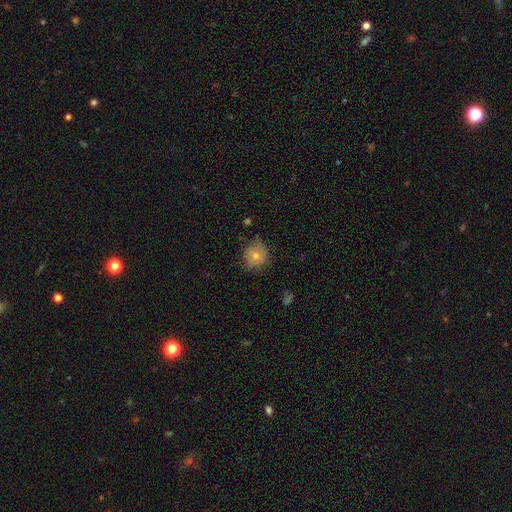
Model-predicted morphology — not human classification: The model was most divided on "merging": none: 68%, minor disturbance: 24%, major disturbance: 6%, merger: 1%. More confident: how rounded — round (80%); smooth or featured — smooth (73%).